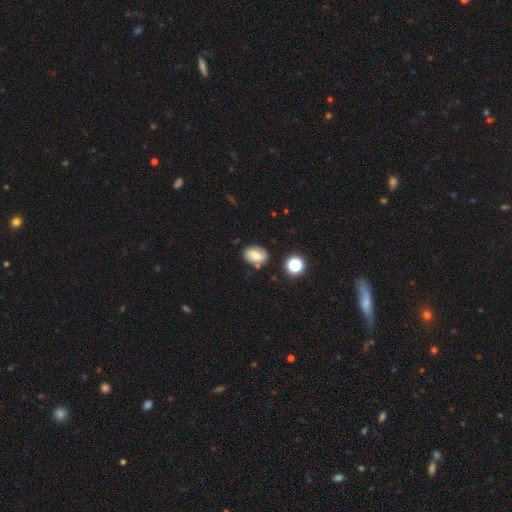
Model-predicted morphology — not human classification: smooth 54%, featured or disk 34%, star or artifact 11%. Down the decision tree: how rounded — in between (65%); merging — none (76%).